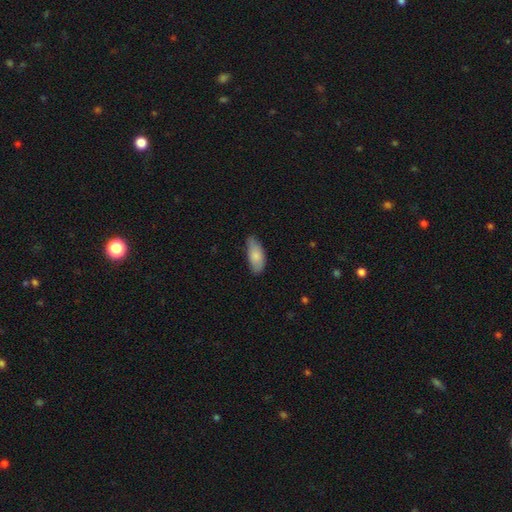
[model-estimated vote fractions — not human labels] A smooth galaxy with no disk features (82%) that is in between round and cigar-shaped (85%). Merging: none (69%).